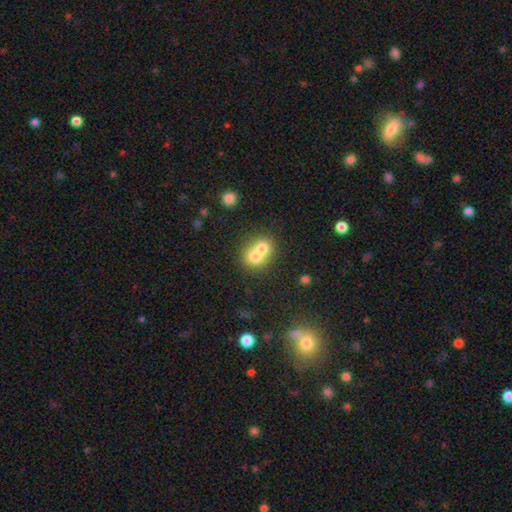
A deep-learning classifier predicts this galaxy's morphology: Smooth or featured?
  - smooth: 71% *
  - featured or disk: 20%
  - star or artifact: 10%
How rounded?
  - round: 70% *
  - in between: 29%
  - cigar-shaped: 1%
Merging?
  - merger: 70% *
  - none: 23%
  - minor disturbance: 5%
  - major disturbance: 2%